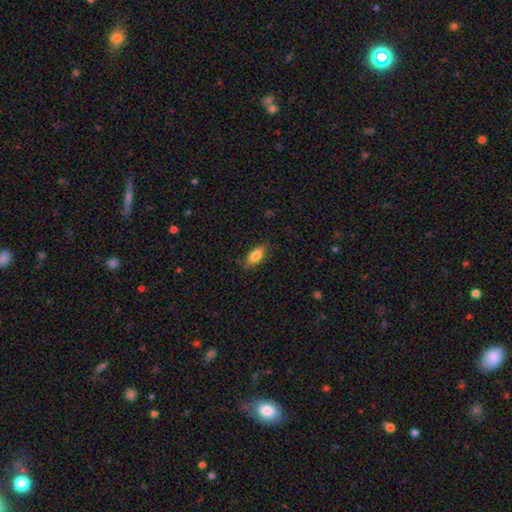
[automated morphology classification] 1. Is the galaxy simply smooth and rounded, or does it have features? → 85% smooth, 8% featured or disk, 7% star or artifact.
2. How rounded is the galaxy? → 87% in between, 10% cigar-shaped, 3% round.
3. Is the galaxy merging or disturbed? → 80% none, 15% minor disturbance, 4% major disturbance, 1% merger.